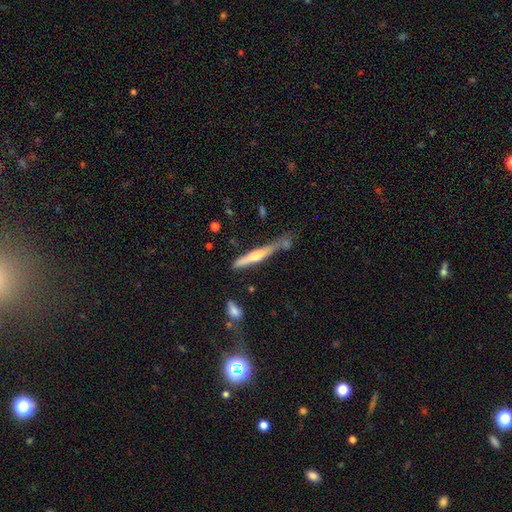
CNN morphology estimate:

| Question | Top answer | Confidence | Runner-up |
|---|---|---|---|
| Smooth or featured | featured or disk | 55% | smooth (39%) |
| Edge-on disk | yes | 95% | no (5%) |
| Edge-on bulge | rounded | 72% | none (17%) |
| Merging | none | 59% | minor disturbance (23%) |